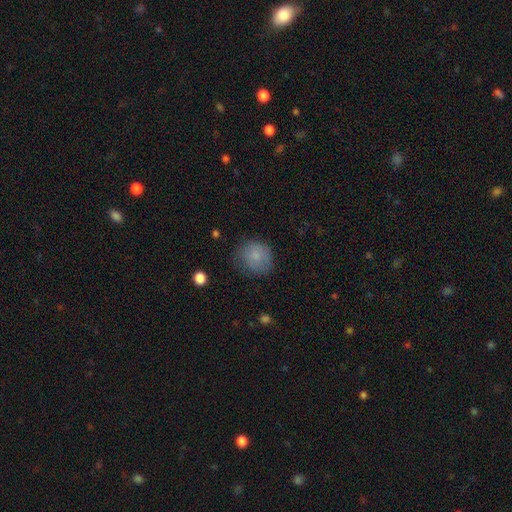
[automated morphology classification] Smooth or featured? Predicted: smooth (p=0.81). How rounded? Predicted: round (p=0.80). Merging? Predicted: none (p=0.67).